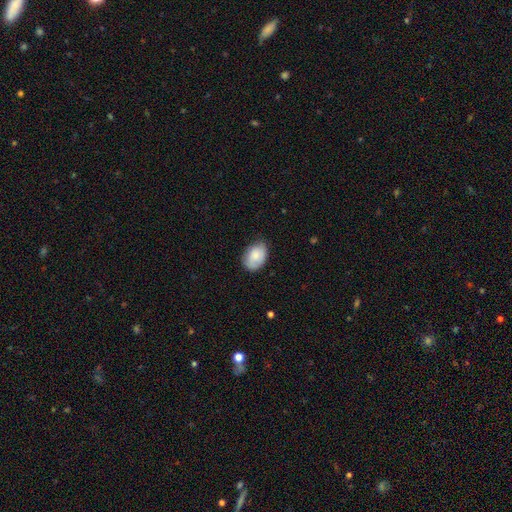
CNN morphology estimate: A smooth galaxy with no disk features (79%) that is in between round and cigar-shaped (83%).

Vote fractions:
- Smooth or featured? smooth: 79% / featured or disk: 14% / star or artifact: 6%
- How rounded? in between: 83% / round: 16% / cigar-shaped: 1%
- Merging? none: 69% / minor disturbance: 25% / major disturbance: 4% / merger: 1%